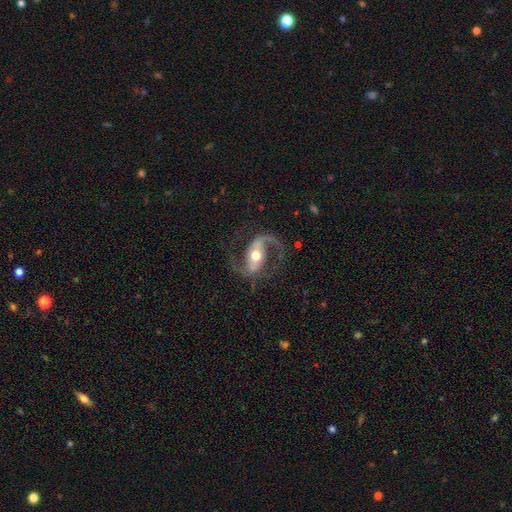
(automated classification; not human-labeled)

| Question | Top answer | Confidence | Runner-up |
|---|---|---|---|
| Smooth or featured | featured or disk | 90% | smooth (6%) |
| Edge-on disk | no | 97% | yes (3%) |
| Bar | strong | 39% | weak (35%) |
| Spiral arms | yes | 96% | no (4%) |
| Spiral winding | medium | 46% | loose (44%) |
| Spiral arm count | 2 | 91% | 1 (5%) |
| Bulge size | moderate | 72% | small (13%) |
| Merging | none | 74% | minor disturbance (13%) |